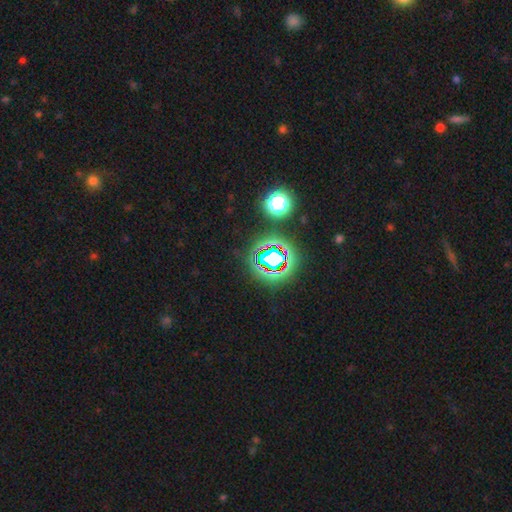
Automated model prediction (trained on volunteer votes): Smooth or featured? star or artifact (77%)